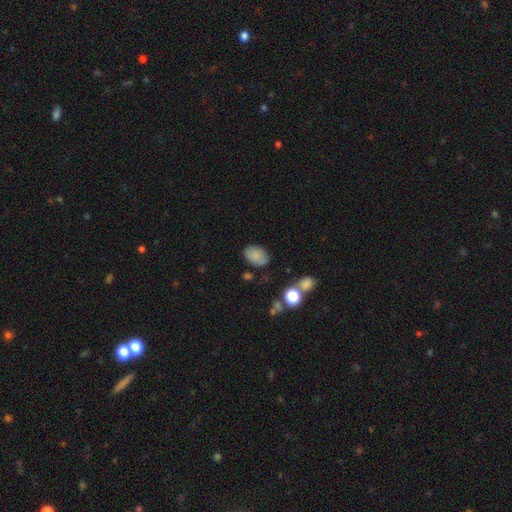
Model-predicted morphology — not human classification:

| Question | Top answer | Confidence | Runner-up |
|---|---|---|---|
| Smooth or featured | smooth | 82% | star or artifact (9%) |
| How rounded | in between | 82% | round (17%) |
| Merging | none | 73% | minor disturbance (19%) |